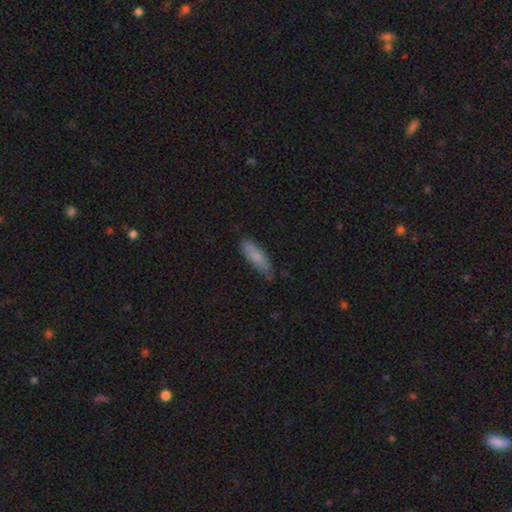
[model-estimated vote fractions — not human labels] The model was most divided on "how rounded": cigar-shaped: 57%, in between: 41%, round: 2%. More confident: smooth or featured — smooth (81%); merging — none (73%).